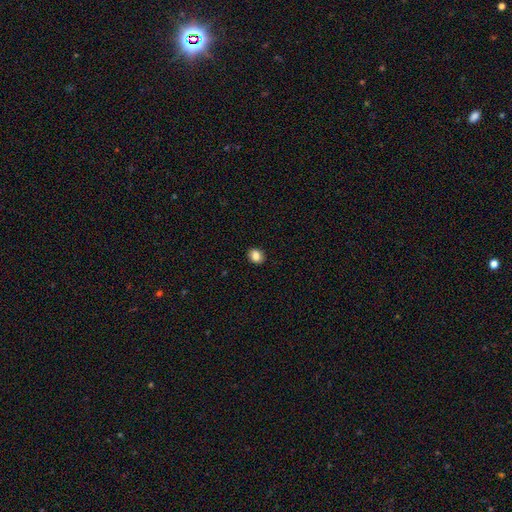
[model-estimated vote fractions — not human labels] This appears to be a smooth galaxy with no disk features (86%) that is round (59%). Merging: none (91%).